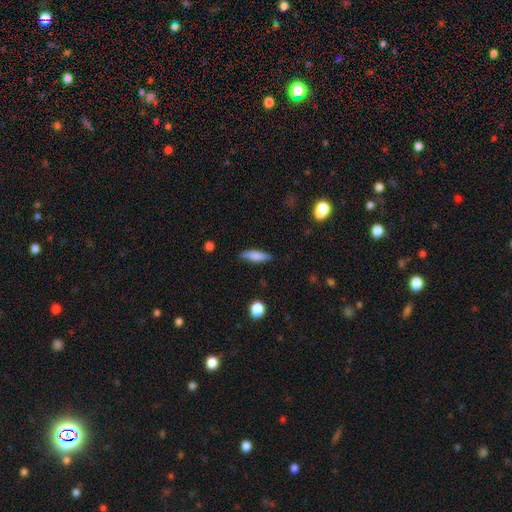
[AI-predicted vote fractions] This is likely a smooth galaxy (80%). How rounded: possibly cigar-shaped (58%). Merging: clearly none (82%).